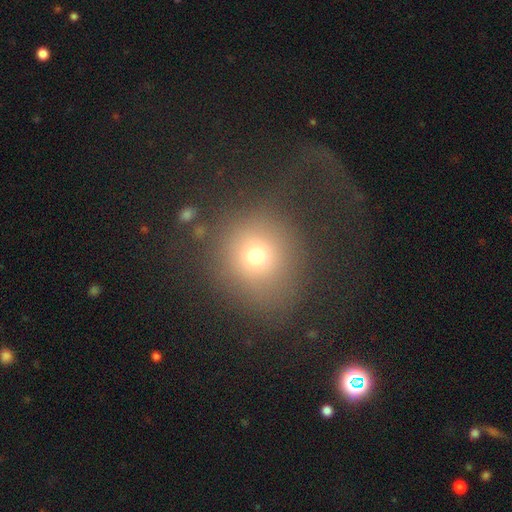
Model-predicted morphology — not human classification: smooth-or-featured: smooth: 68% | star or artifact: 16% | featured or disk: 15%
  how-rounded: round: 86% | in between: 13% | cigar-shaped: 1%
  merging: major disturbance: 42% | none: 40% | minor disturbance: 13% | merger: 4%